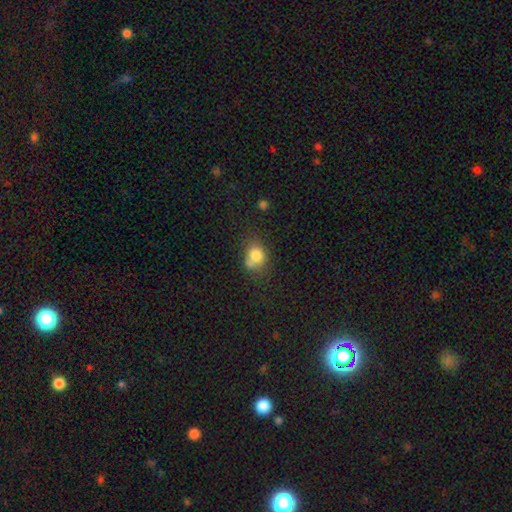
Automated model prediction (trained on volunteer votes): Q: Smooth or featured?
A: smooth (79%); runner-up: star or artifact (11%)
Q: How rounded?
A: round (60%); runner-up: in between (39%)
Q: Merging?
A: none (48%); runner-up: minor disturbance (22%)